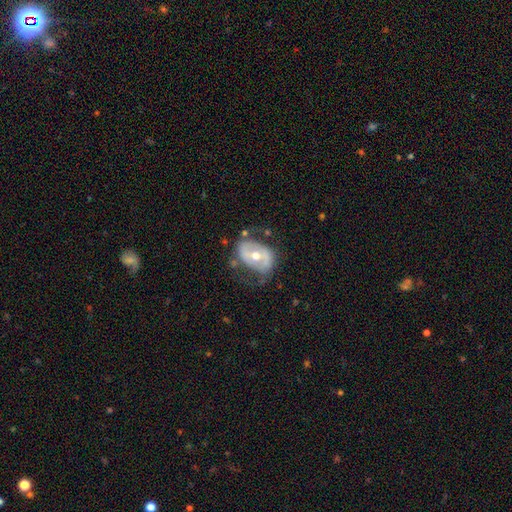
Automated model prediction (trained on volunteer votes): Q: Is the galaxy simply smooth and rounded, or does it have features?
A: featured or disk — 69%.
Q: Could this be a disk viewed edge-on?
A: no — 95%.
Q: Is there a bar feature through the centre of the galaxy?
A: no — 44%.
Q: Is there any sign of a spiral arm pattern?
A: yes — 52%.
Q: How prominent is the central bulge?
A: moderate — 68%.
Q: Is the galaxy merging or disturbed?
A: none — 56%.